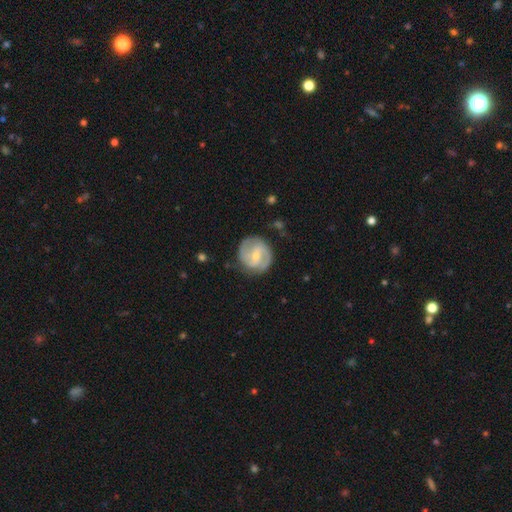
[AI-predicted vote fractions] Smooth or featured? featured or disk (80%)
Edge-on disk? no (98%)
Bar? weak (49%)
Spiral arms? yes (94%)
Spiral winding? medium (49%)
Spiral arm count? 2 (83%)
Bulge size? small (63%)
Merging? none (79%)